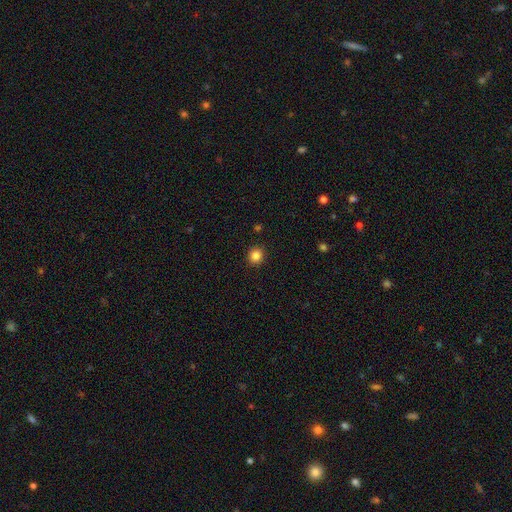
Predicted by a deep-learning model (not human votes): This appears to be a smooth galaxy with no disk features (85%) that is round (88%). Merging: none (91%).